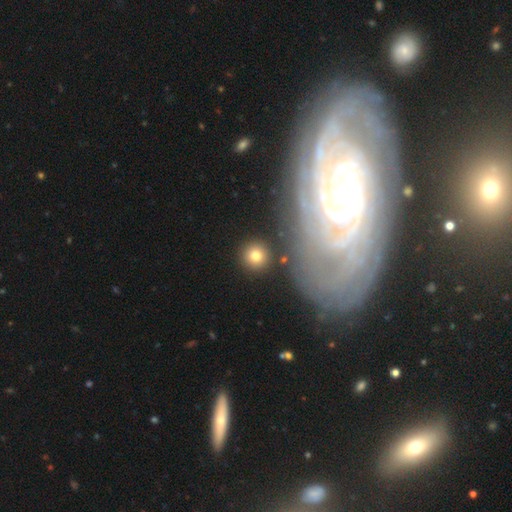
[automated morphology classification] type=smooth (79%); roundness=round (94%); merging=none (88%).